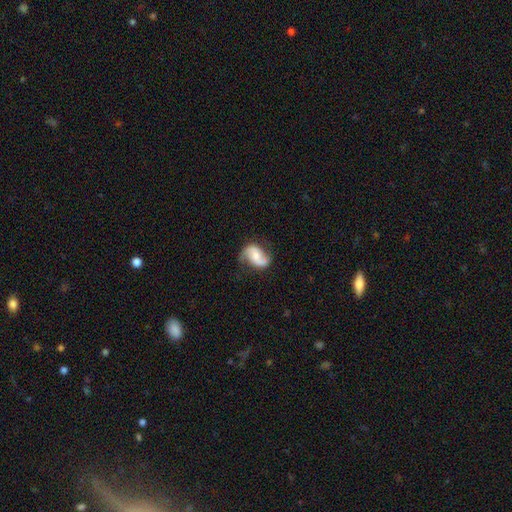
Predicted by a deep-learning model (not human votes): Smooth or featured? featured or disk (76%)
Edge-on disk? no (97%)
Bar? no (53%)
Spiral arms? yes (94%)
Spiral winding? loose (52%)
Spiral arm count? 2 (91%)
Bulge size? moderate (51%)
Merging? none (71%)